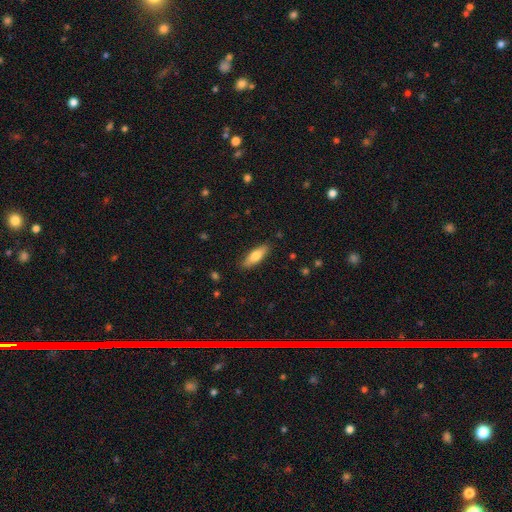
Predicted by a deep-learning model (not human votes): Smooth or featured? Predicted: smooth (p=0.73). How rounded? Predicted: in between (p=0.55). Merging? Predicted: none (p=0.87).